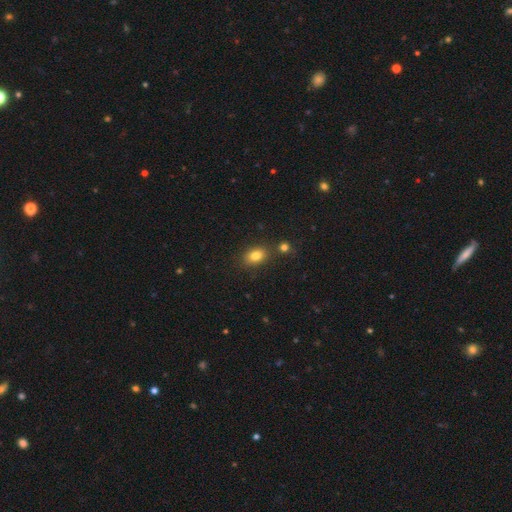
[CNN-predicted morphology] smooth-or-featured: smooth: 81% | star or artifact: 11% | featured or disk: 8%
  how-rounded: in between: 77% | round: 21% | cigar-shaped: 2%
  merging: none: 76% | minor disturbance: 12% | merger: 9% | major disturbance: 3%